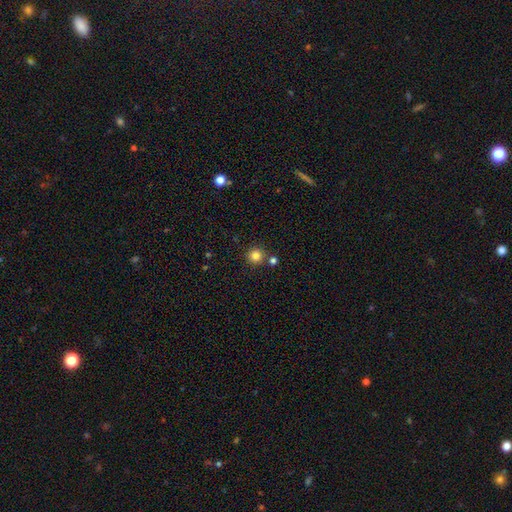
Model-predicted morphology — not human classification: A smooth galaxy with no disk features (83%) that is round (95%).

Vote fractions:
- Smooth or featured? smooth: 83% / star or artifact: 12% / featured or disk: 5%
- How rounded? round: 95% / in between: 4% / cigar-shaped: 1%
- Merging? none: 82% / merger: 9% / minor disturbance: 7% / major disturbance: 2%